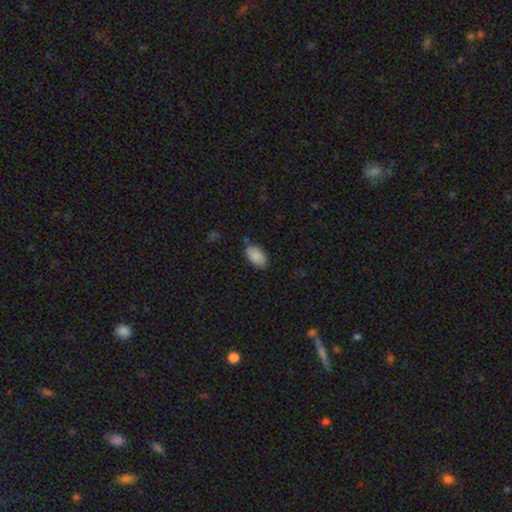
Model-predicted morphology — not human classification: type=smooth (88%); roundness=in between (95%); merging=none (78%).